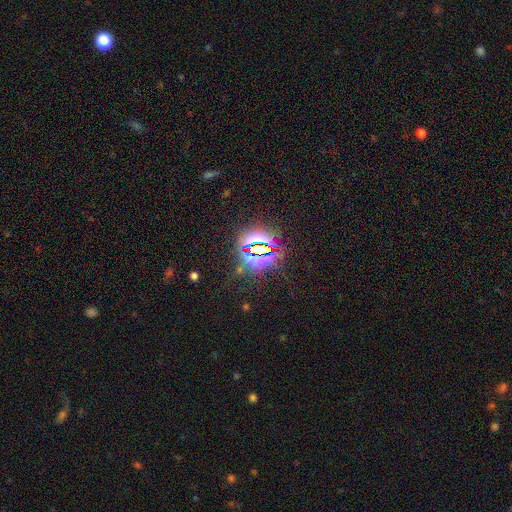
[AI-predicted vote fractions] smooth_or_featured: star or artifact (p=0.82) [alt: smooth p=0.10]